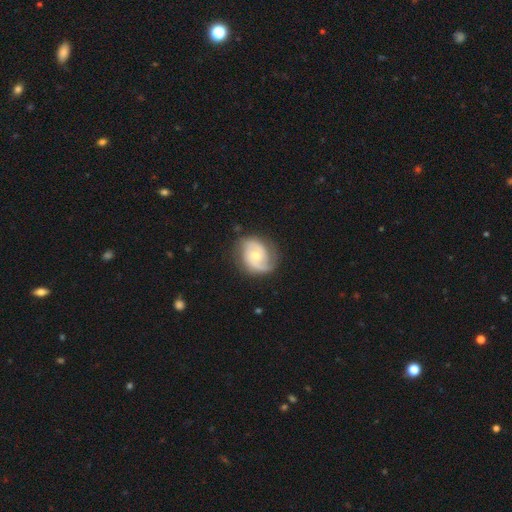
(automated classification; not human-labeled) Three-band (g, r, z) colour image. It shows a featured or disk galaxy (77%) with no bar (61%), 2 (78%) medium (45%) spiral arms (94%) and a moderate central bulge (59%). Merging: none (75%).